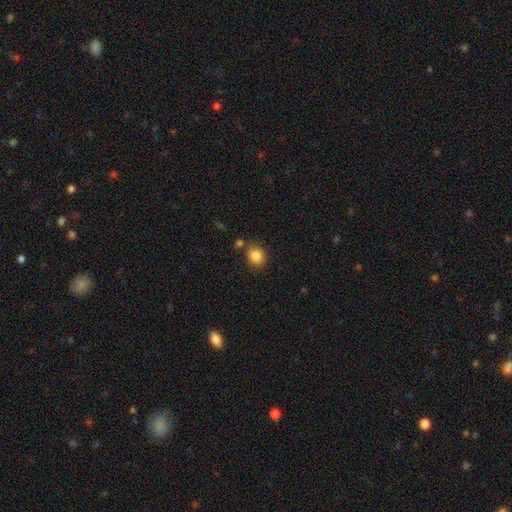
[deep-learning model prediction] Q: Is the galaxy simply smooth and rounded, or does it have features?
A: smooth — 86%.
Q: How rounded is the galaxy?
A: round — 67%.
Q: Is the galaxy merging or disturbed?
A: none — 78%.